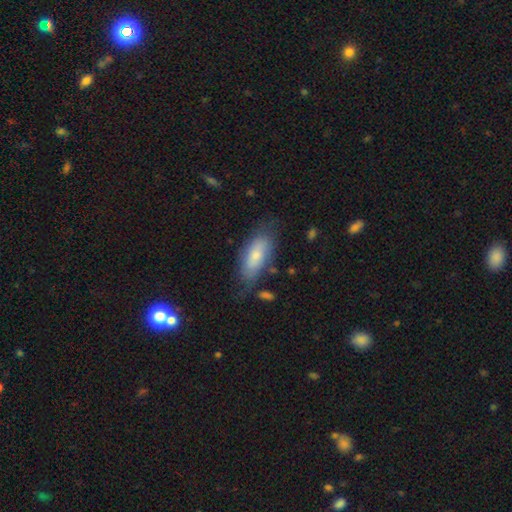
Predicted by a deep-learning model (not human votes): This appears to be a smooth galaxy with no disk features (69%) that is in between round and cigar-shaped (82%). Merging: none (64%).